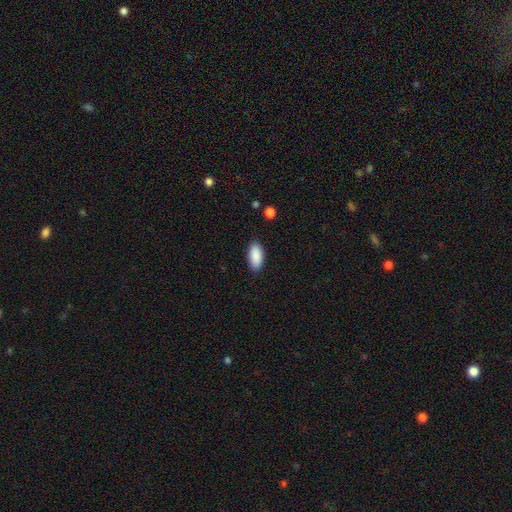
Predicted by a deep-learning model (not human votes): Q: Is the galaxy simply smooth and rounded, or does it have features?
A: smooth — 90%.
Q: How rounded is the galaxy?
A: in between — 90%.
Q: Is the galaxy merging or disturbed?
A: none — 88%.